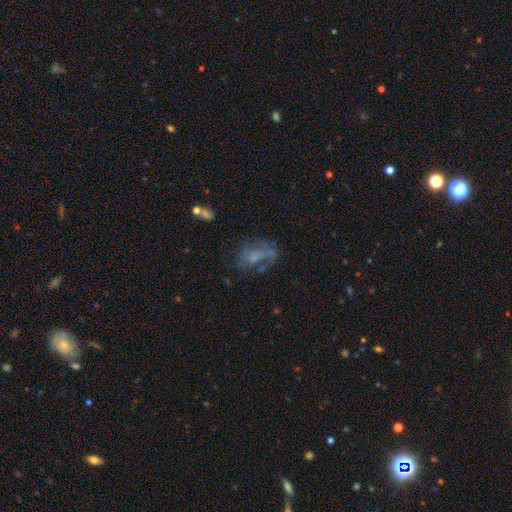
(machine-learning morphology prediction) featured or disk 50%, smooth 33%, star or artifact 17%. Down the decision tree: edge-on disk — no (96%); merging — none (44%).